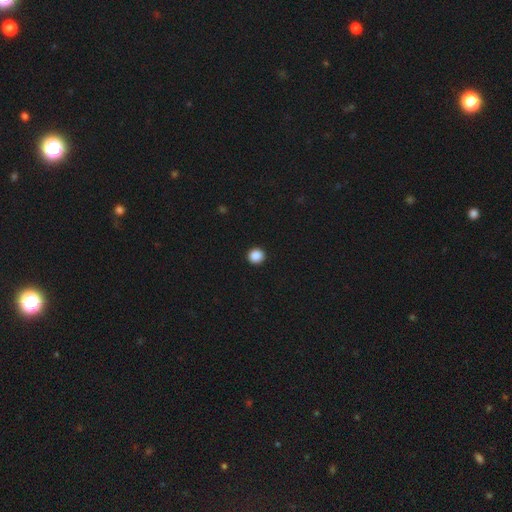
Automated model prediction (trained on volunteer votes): Q: Smooth or featured?
A: smooth (88%); runner-up: star or artifact (10%)
Q: How rounded?
A: round (94%); runner-up: in between (5%)
Q: Merging?
A: none (94%); runner-up: minor disturbance (4%)